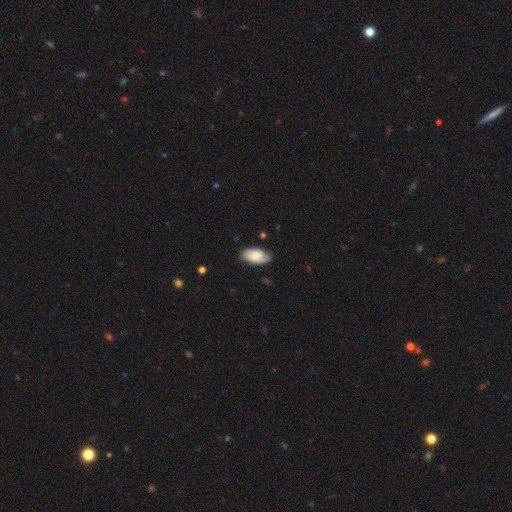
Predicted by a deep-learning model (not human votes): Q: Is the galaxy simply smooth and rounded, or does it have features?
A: smooth — 74%.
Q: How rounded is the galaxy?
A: in between — 95%.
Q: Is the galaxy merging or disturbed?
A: none — 80%.